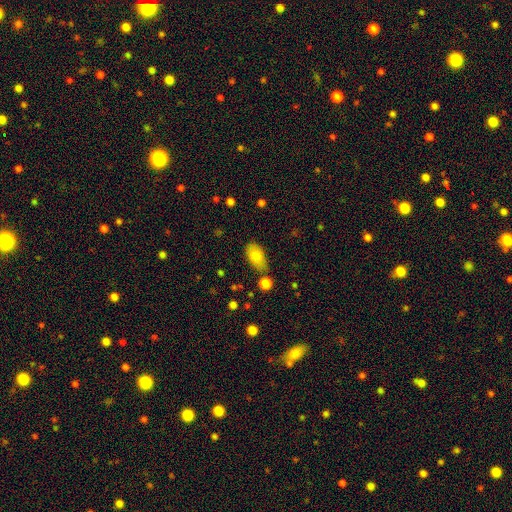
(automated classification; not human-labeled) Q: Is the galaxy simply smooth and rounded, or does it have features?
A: smooth — 80%.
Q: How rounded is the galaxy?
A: in between — 91%.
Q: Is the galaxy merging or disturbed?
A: none — 65%.